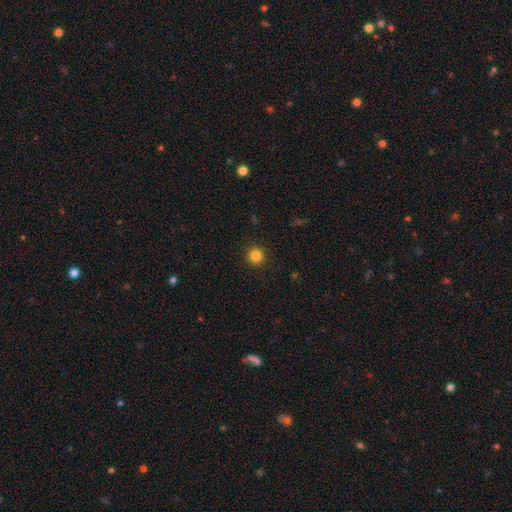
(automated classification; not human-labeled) This is clearly a smooth galaxy (83%). How rounded: clearly round (95%). Merging: clearly none (93%).